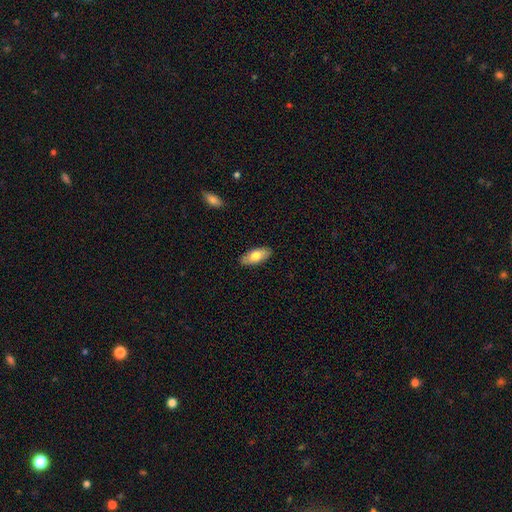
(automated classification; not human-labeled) Morphology: type=smooth (77%); roundness=in between (87%); merging=none (88%).